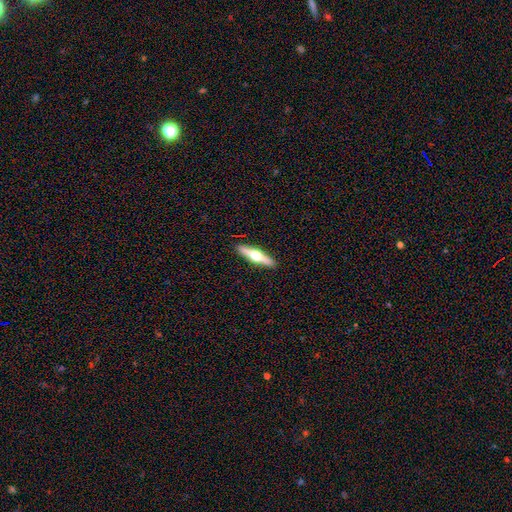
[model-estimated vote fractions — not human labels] Smooth or featured? featured or disk (63%)
Edge-on disk? yes (96%)
Edge-on bulge? rounded (96%)
Merging? none (91%)